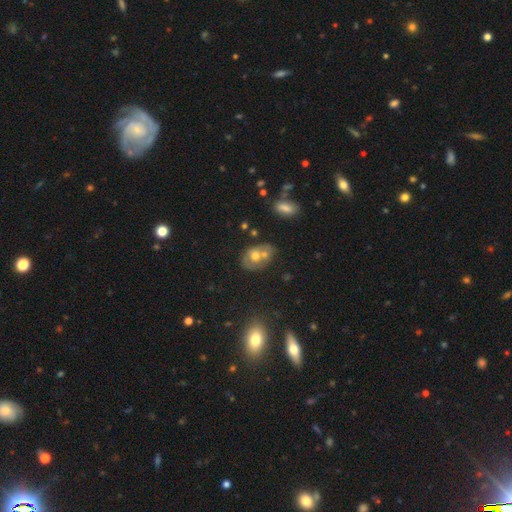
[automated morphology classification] type=smooth (50%); merging=merger (41%).